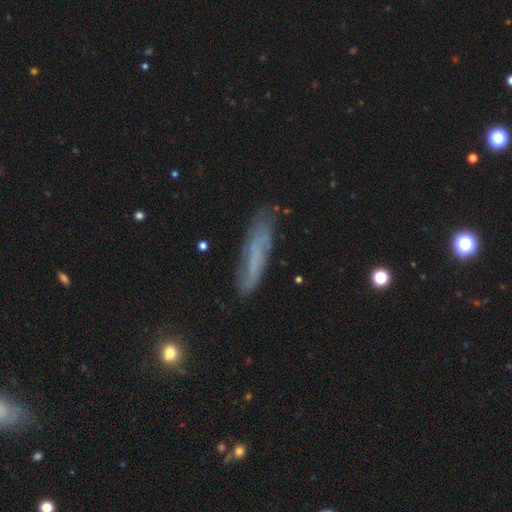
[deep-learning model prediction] featured or disk 53%, smooth 37%, star or artifact 10%. Down the decision tree: edge-on disk — no (58%); merging — none (66%).